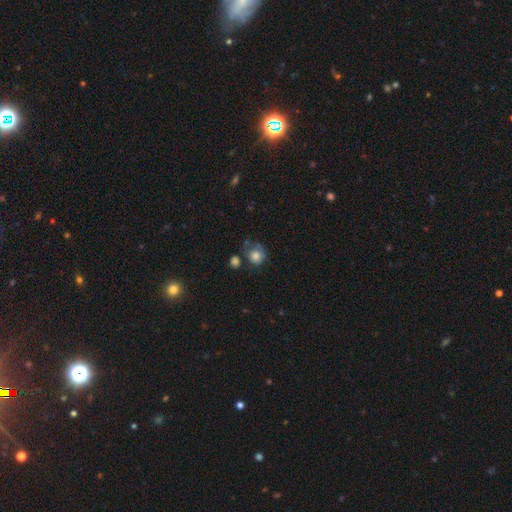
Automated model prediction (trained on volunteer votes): This is likely a smooth galaxy (71%). How rounded: likely round (74%). Merging: marginally none (43%).